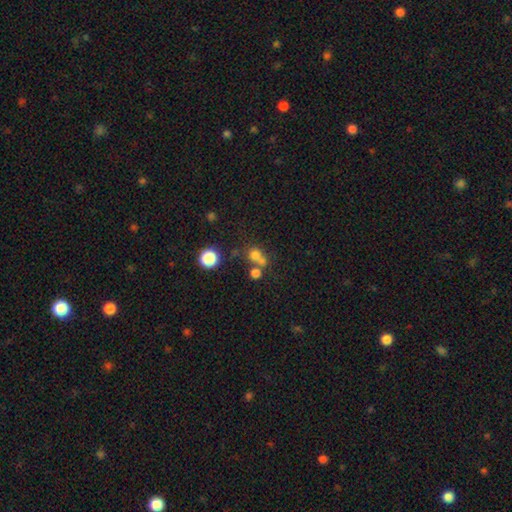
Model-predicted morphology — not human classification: Smooth or featured?
  - smooth: 70% *
  - star or artifact: 19%
  - featured or disk: 12%
How rounded?
  - round: 84% *
  - in between: 15%
  - cigar-shaped: 1%
Merging?
  - none: 48% *
  - merger: 41%
  - minor disturbance: 7%
  - major disturbance: 4%